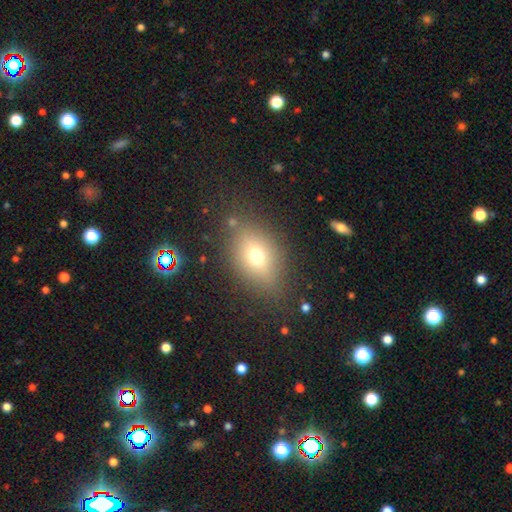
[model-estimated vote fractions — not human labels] This is likely a smooth galaxy (66%). How rounded: likely in between (70%). Merging: likely none (79%).